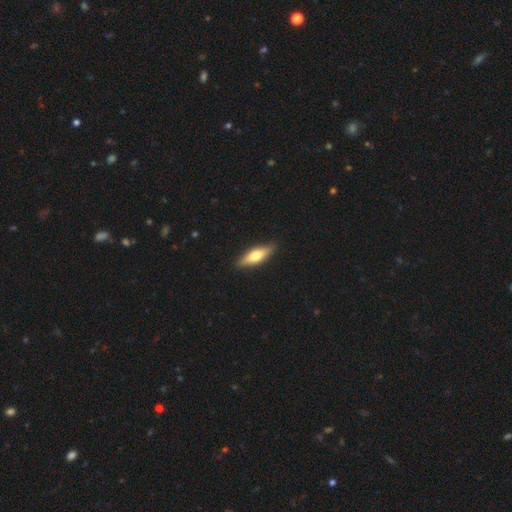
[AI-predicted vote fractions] smooth-or-featured: smooth: 53% | featured or disk: 42% | star or artifact: 6%
  how-rounded: cigar-shaped: 52% | in between: 46% | round: 2%
  merging: none: 89% | minor disturbance: 8% | major disturbance: 2% | merger: 1%